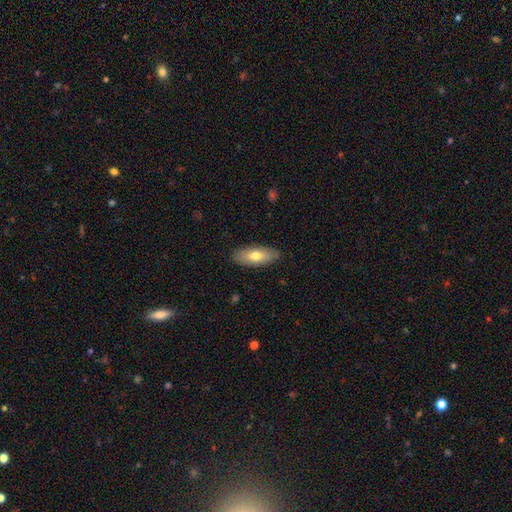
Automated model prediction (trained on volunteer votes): Smooth or featured? Predicted: smooth (p=0.70). How rounded? Predicted: in between (p=0.82). Merging? Predicted: none (p=0.86).